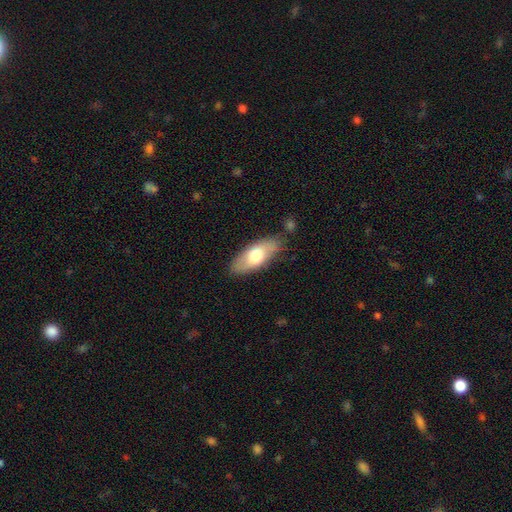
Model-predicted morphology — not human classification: smooth 67%, featured or disk 28%, star or artifact 6%. Down the decision tree: how rounded — in between (80%); merging — none (79%).